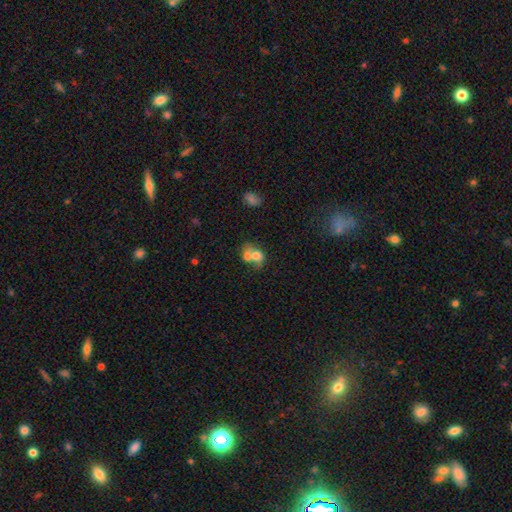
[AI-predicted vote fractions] This is likely a smooth galaxy (66%). How rounded: possibly in between (52%). Merging: likely merger (71%).